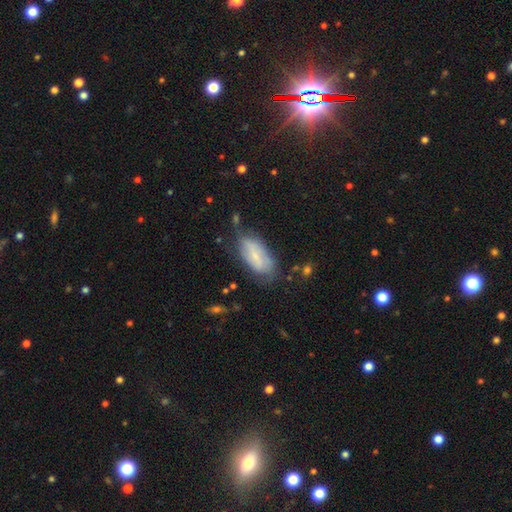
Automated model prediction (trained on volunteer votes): Smooth or featured? Predicted: smooth (p=0.55). How rounded? Predicted: in between (p=0.88). Merging? Predicted: none (p=0.56).